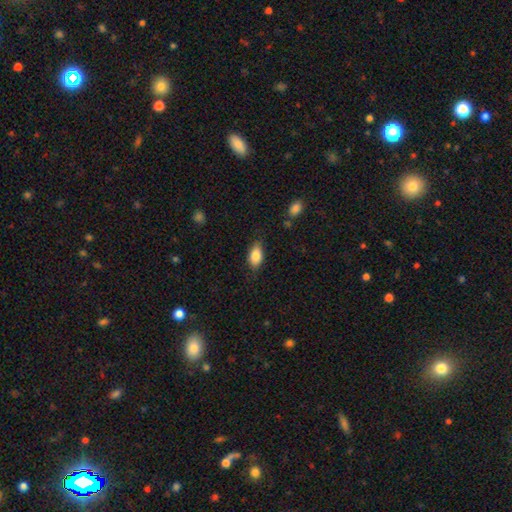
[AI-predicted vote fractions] A smooth galaxy with no disk features (84%) that is in between round and cigar-shaped (90%). Merging: none (78%).